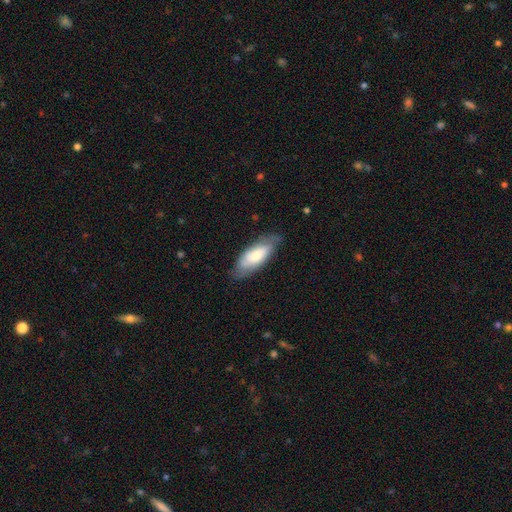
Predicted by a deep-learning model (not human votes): Overall: smooth (58%; featured or disk 36%). How rounded: in between (76%). Merging: none (70%).